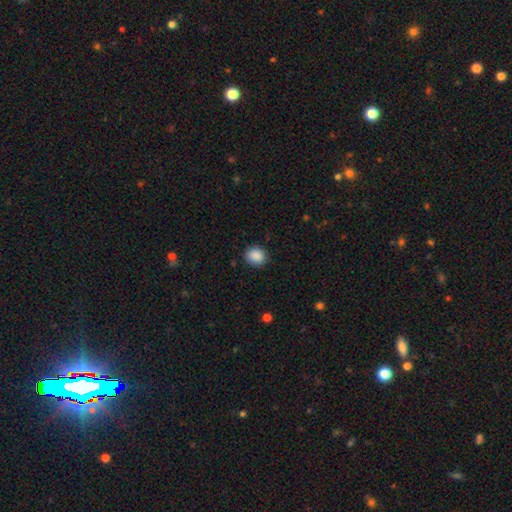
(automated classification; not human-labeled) Q: Smooth or featured?
A: smooth (89%); runner-up: star or artifact (8%)
Q: How rounded?
A: round (69%); runner-up: in between (30%)
Q: Merging?
A: none (86%); runner-up: minor disturbance (11%)